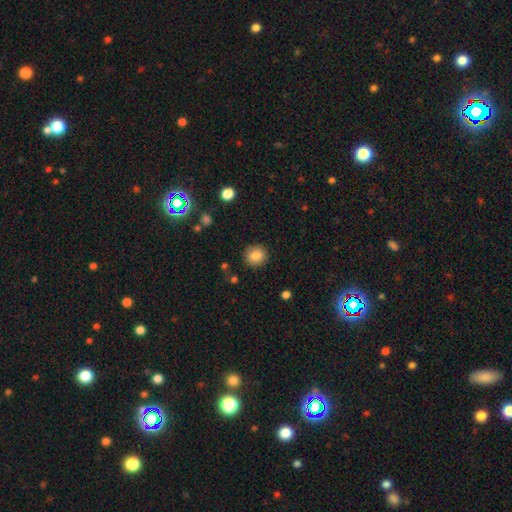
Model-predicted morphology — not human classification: Q: Smooth or featured?
A: smooth (84%); runner-up: star or artifact (10%)
Q: How rounded?
A: round (89%); runner-up: in between (10%)
Q: Merging?
A: none (90%); runner-up: minor disturbance (6%)